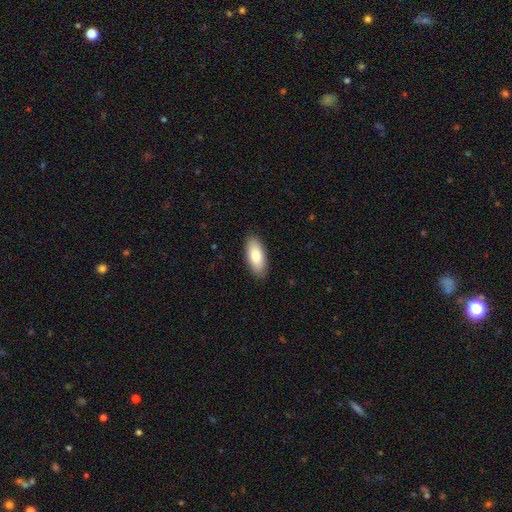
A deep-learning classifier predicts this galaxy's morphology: This appears to be a smooth galaxy with no disk features (82%) that is in between round and cigar-shaped (85%). Merging: none (89%).